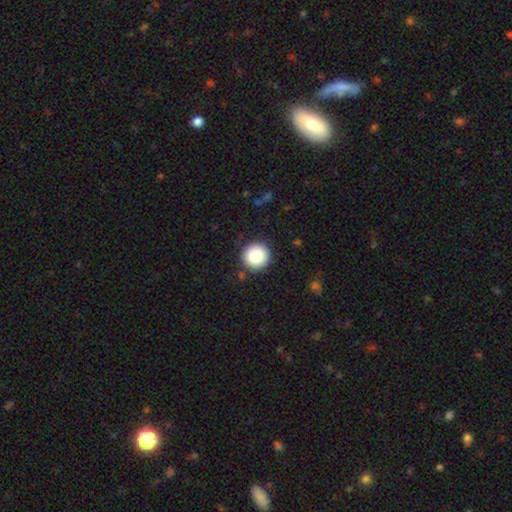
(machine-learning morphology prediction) Q: Smooth or featured?
A: smooth (83%); runner-up: star or artifact (9%)
Q: How rounded?
A: round (96%); runner-up: in between (3%)
Q: Merging?
A: none (91%); runner-up: minor disturbance (6%)